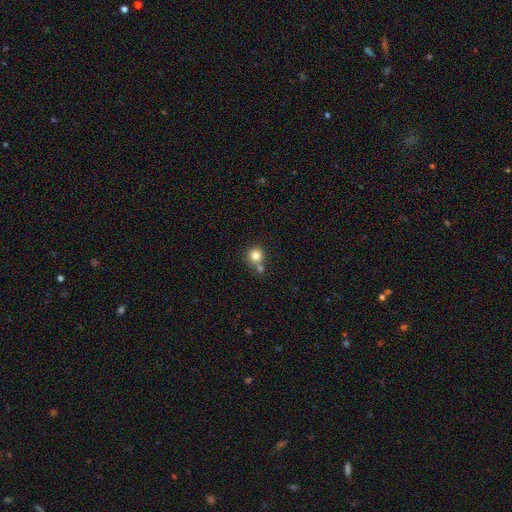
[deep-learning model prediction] This is clearly a smooth galaxy (82%). How rounded: clearly round (90%). Merging: possibly none (56%).